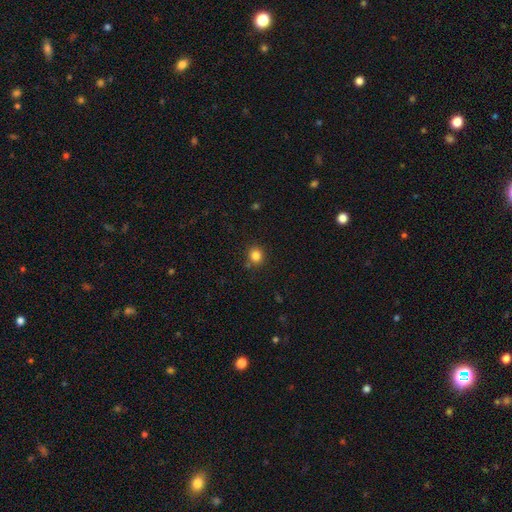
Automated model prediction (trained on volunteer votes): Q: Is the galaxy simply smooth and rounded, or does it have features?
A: smooth — 83%.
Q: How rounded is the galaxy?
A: round — 87%.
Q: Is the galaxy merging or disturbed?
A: none — 85%.